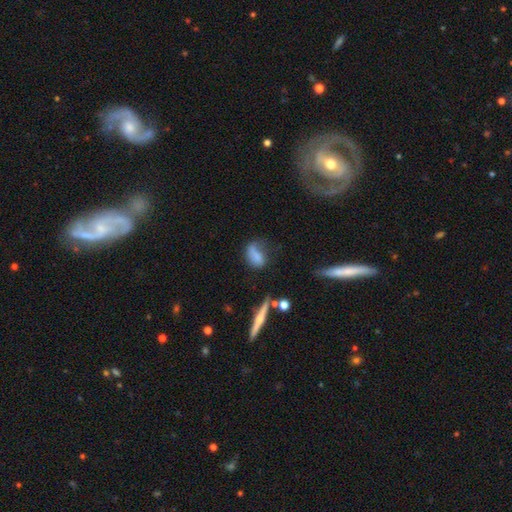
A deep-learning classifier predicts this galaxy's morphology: Overall: smooth (69%). How rounded: in between (78%). Merging: none (36%; minor disturbance 31%).